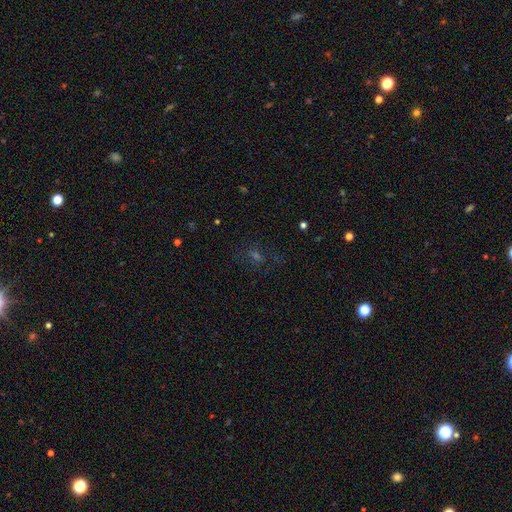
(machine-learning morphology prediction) A star or artifact, not a galaxy (45%).

Vote fractions:
- Smooth or featured? star or artifact: 45% / smooth: 34% / featured or disk: 22%